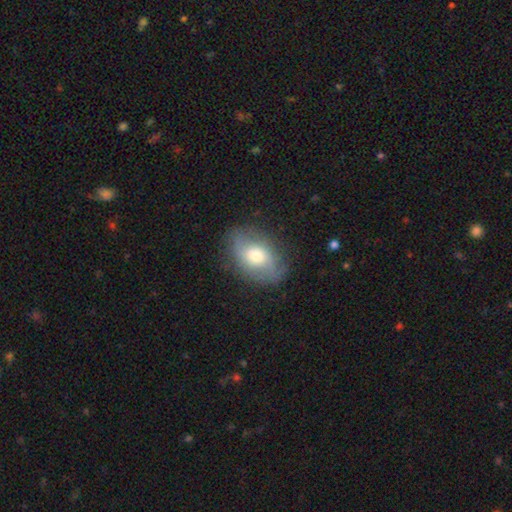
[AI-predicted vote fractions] Smooth or featured? smooth (52%)
How rounded? in between (82%)
Merging? none (77%)